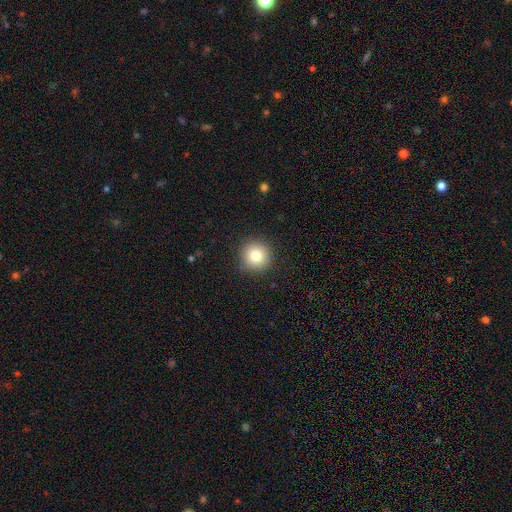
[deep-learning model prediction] Smooth or featured: smooth — 82% (star or artifact — 10%)
How rounded: round — 94% (in between — 5%)
Merging: none — 90% (minor disturbance — 7%)